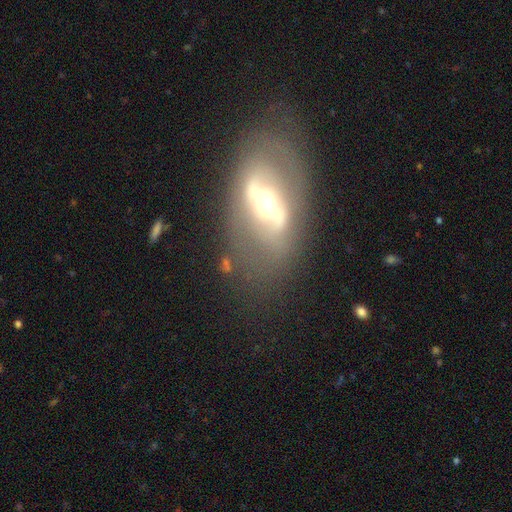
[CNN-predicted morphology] Smooth or featured? featured or disk (71%)
Edge-on disk? no (85%)
Bar? strong (49%)
Spiral arms? no (58%)
Bulge size? moderate (60%)
Merging? none (73%)